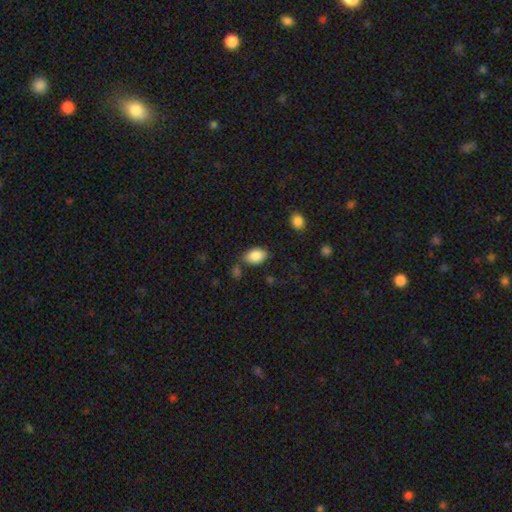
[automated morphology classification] This appears to be a smooth galaxy with no disk features (86%) that is in between round and cigar-shaped (90%). Merging: none (74%).